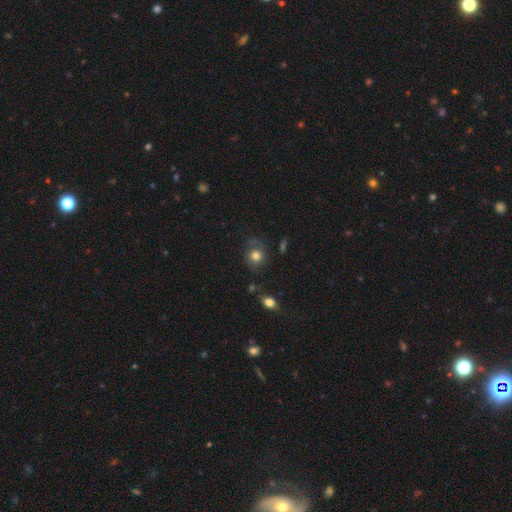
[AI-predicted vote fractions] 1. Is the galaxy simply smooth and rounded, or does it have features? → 76% smooth, 13% featured or disk, 11% star or artifact.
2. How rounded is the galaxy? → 75% round, 24% in between, 1% cigar-shaped.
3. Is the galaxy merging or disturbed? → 68% none, 20% minor disturbance, 8% major disturbance, 5% merger.